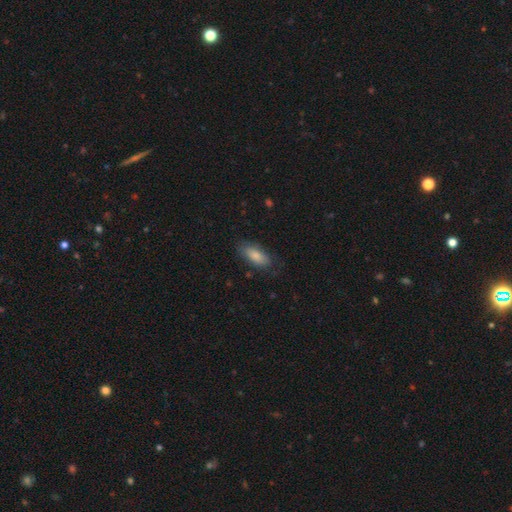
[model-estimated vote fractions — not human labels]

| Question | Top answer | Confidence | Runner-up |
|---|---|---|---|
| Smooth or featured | smooth | 82% | featured or disk (12%) |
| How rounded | in between | 83% | cigar-shaped (15%) |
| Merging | none | 76% | minor disturbance (18%) |